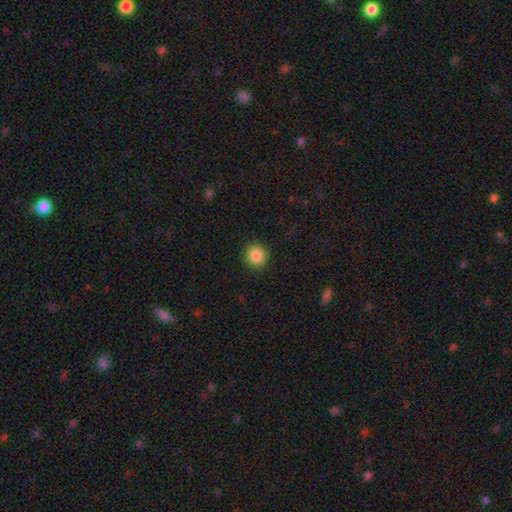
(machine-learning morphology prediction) Smooth or featured: smooth — 85% (star or artifact — 9%)
How rounded: round — 92% (in between — 7%)
Merging: none — 92% (minor disturbance — 5%)